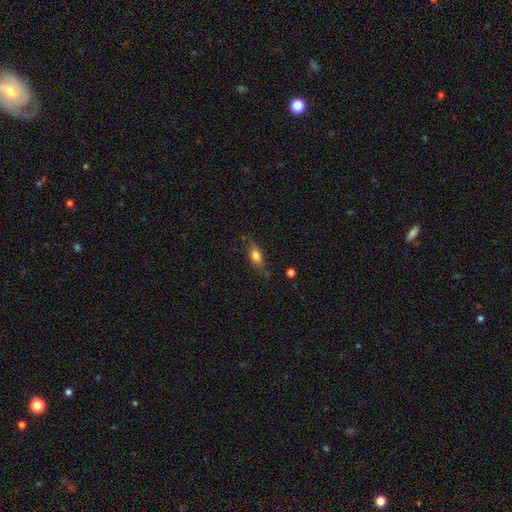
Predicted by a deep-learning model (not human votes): The model was most divided on "how rounded": in between: 67%, cigar-shaped: 27%, round: 6%. More confident: merging — none (71%); smooth or featured — smooth (68%).